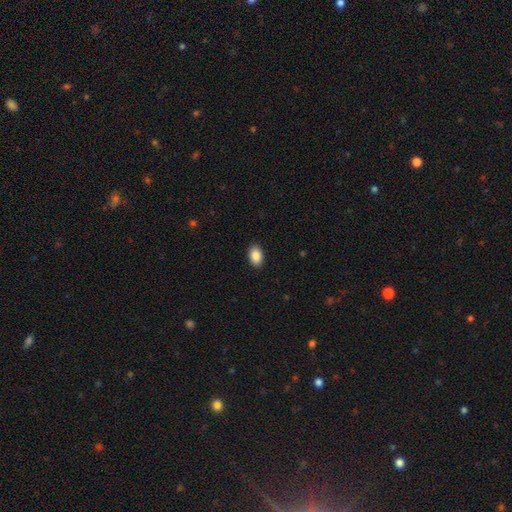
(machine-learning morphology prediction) Overall: smooth (88%). How rounded: in between (90%). Merging: none (90%).